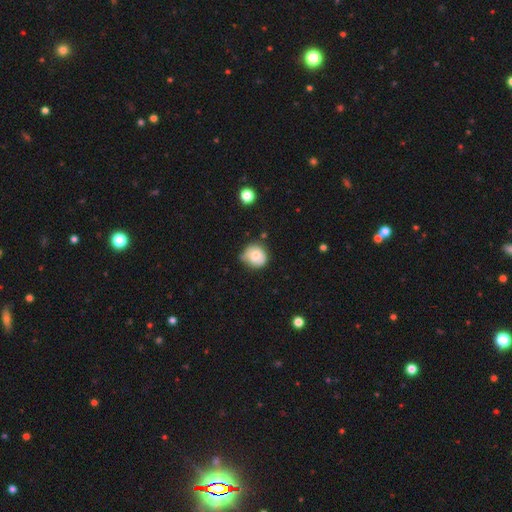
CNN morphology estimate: This is likely a smooth galaxy (74%). How rounded: likely round (80%). Merging: possibly none (54%).